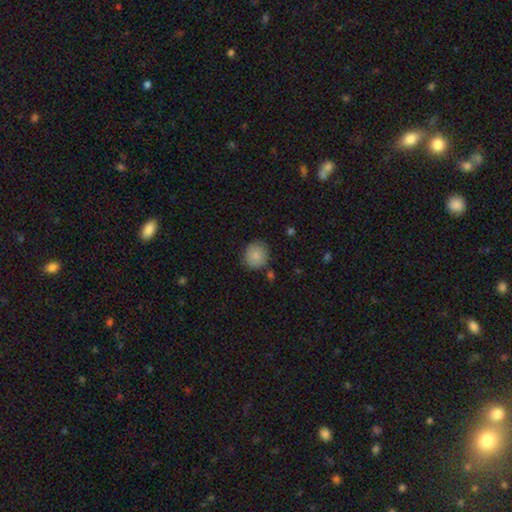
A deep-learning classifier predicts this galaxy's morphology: Smooth or featured: smooth — 86% (star or artifact — 7%)
How rounded: round — 86% (in between — 13%)
Merging: none — 79% (minor disturbance — 14%)